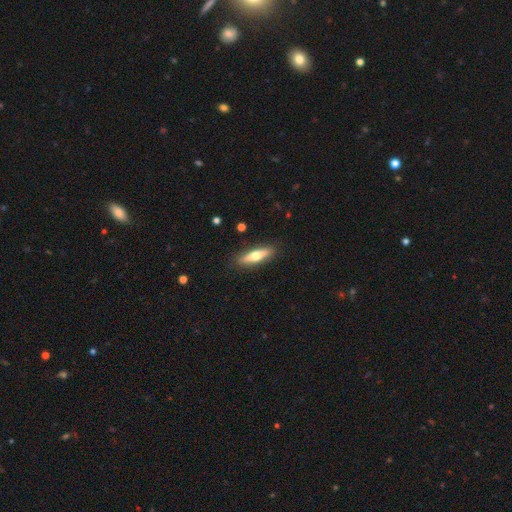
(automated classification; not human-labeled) smooth_or_featured: smooth (p=0.52) [alt: featured or disk p=0.43]
how_rounded: cigar-shaped (p=0.66) [alt: in between p=0.31]
merging: none (p=0.88) [alt: minor disturbance p=0.08]